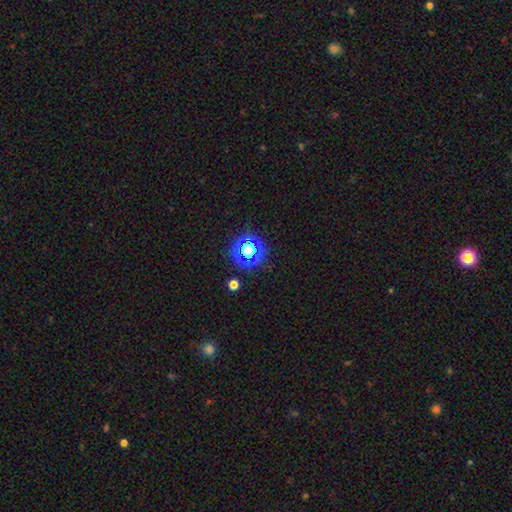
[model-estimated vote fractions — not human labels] star or artifact 72%, smooth 21%, featured or disk 8%.